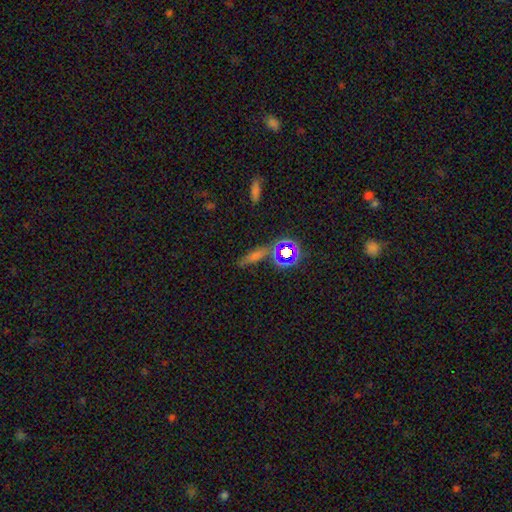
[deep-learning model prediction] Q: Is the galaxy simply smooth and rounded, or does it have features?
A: smooth — 40%.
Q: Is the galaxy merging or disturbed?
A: none — 70%.